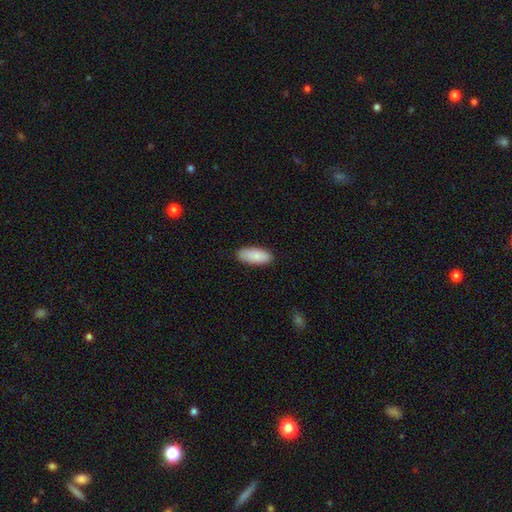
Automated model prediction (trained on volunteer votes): Smooth or featured? Predicted: smooth (p=0.89). How rounded? Predicted: in between (p=0.87). Merging? Predicted: none (p=0.88).